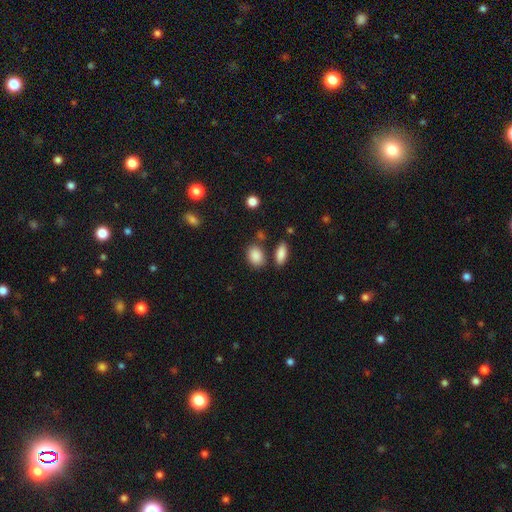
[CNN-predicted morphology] type=smooth (88%); roundness=in between (77%); merging=none (72%).